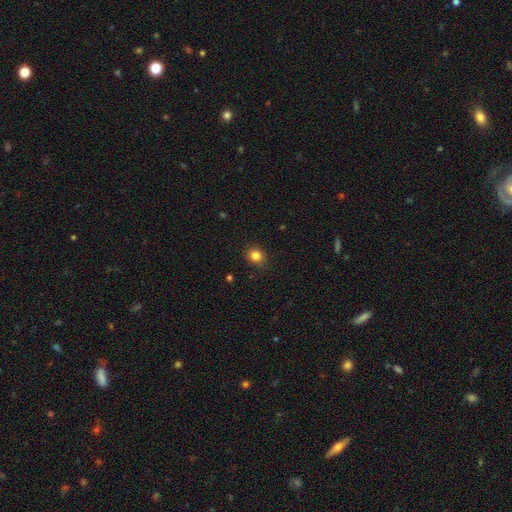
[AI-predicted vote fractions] This appears to be a smooth galaxy with no disk features (83%) that is round (76%). Merging: none (86%).